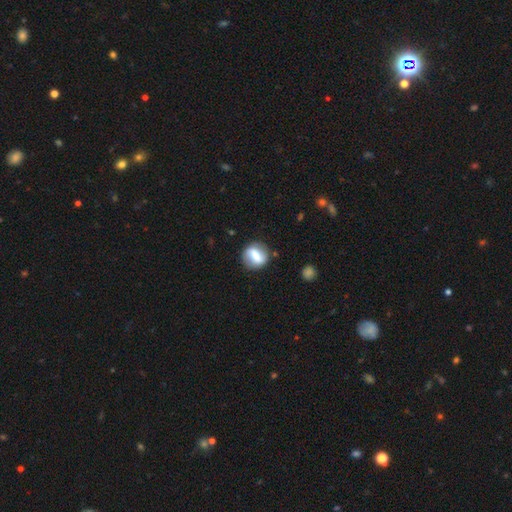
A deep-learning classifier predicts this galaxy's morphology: Smooth or featured? Predicted: smooth (p=0.53). How rounded? Predicted: round (p=0.76). Merging? Predicted: none (p=0.82).